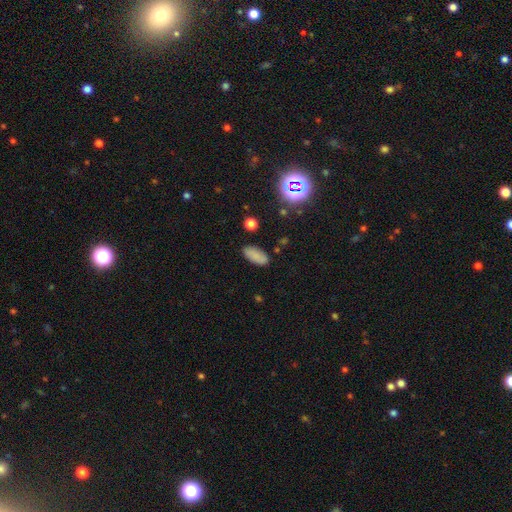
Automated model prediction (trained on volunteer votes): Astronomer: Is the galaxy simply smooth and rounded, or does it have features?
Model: smooth — 84%.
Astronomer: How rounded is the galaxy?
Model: in between — 88%.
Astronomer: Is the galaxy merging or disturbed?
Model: none — 85%.